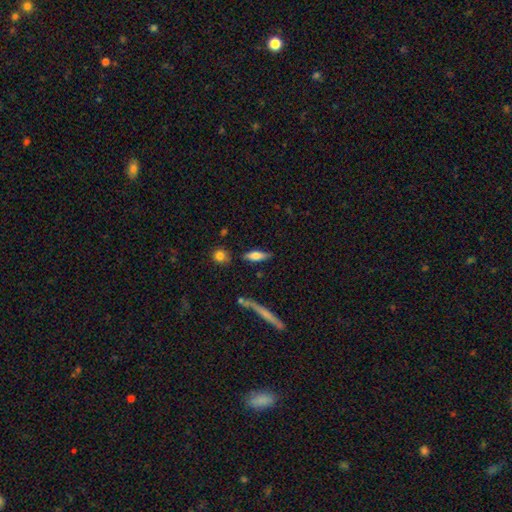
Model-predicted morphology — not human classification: type=smooth (67%); roundness=in between (54%); merging=none (79%).